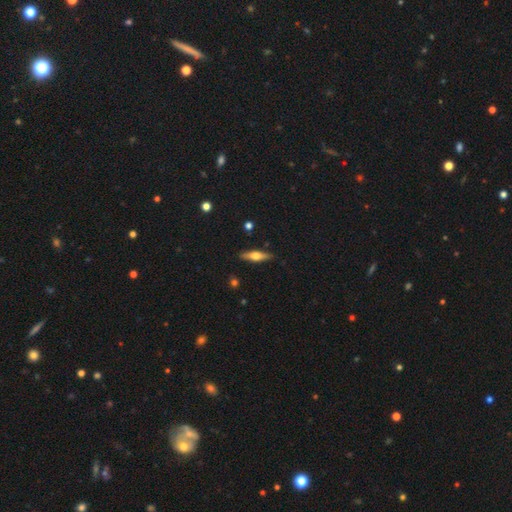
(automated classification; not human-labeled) Smooth or featured? featured or disk (57%)
Edge-on disk? yes (95%)
Edge-on bulge? rounded (93%)
Merging? none (89%)